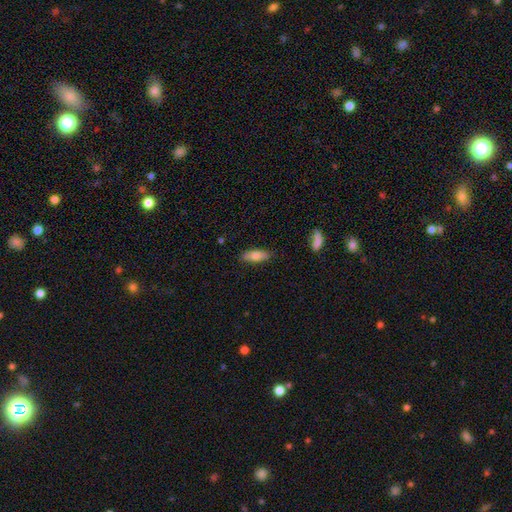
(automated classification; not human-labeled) smooth_or_featured: smooth (p=0.74) [alt: featured or disk p=0.19]
how_rounded: in between (p=0.71) [alt: cigar-shaped p=0.26]
merging: none (p=0.84) [alt: minor disturbance p=0.12]